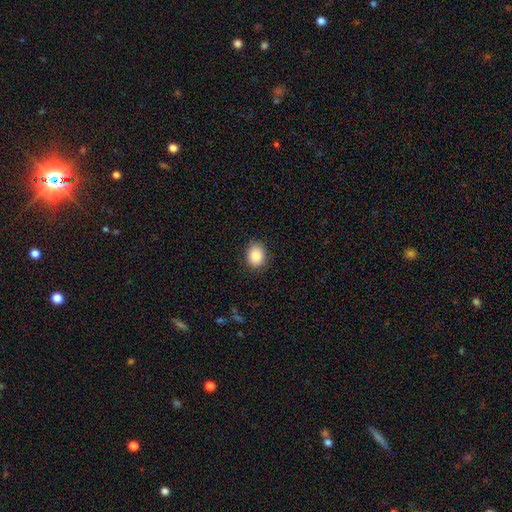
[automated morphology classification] A smooth galaxy with no disk features (85%) that is in between round and cigar-shaped (52%).

Vote fractions:
- Smooth or featured? smooth: 85% / star or artifact: 9% / featured or disk: 6%
- How rounded? in between: 52% / round: 48% / cigar-shaped: 1%
- Merging? none: 87% / minor disturbance: 9% / major disturbance: 2% / merger: 1%